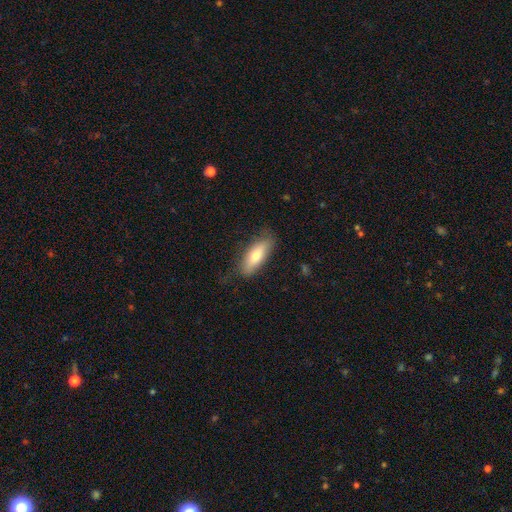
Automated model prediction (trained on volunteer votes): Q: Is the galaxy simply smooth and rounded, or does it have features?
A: smooth — 70%.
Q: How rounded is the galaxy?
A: in between — 63%.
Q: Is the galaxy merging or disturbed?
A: none — 77%.